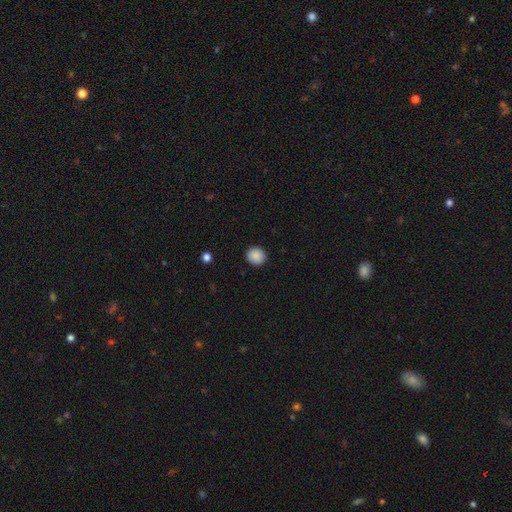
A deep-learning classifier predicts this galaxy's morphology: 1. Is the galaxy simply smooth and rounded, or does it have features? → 89% smooth, 9% star or artifact, 3% featured or disk.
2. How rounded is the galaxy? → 86% round, 13% in between, 1% cigar-shaped.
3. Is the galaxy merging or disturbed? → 92% none, 6% minor disturbance, 2% major disturbance, 1% merger.